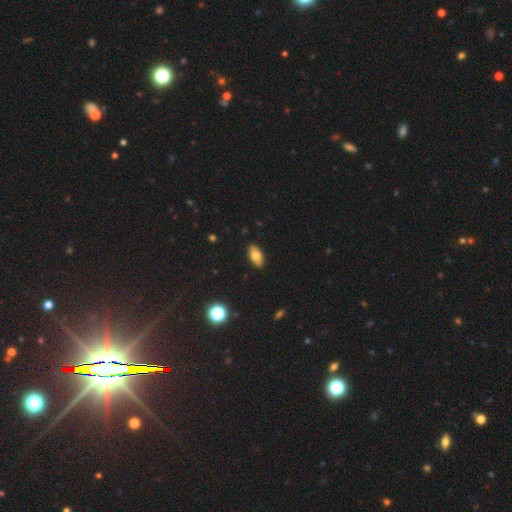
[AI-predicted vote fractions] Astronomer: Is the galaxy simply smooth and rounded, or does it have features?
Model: smooth — 77%.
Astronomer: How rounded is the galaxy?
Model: in between — 91%.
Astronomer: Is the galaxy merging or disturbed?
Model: none — 89%.